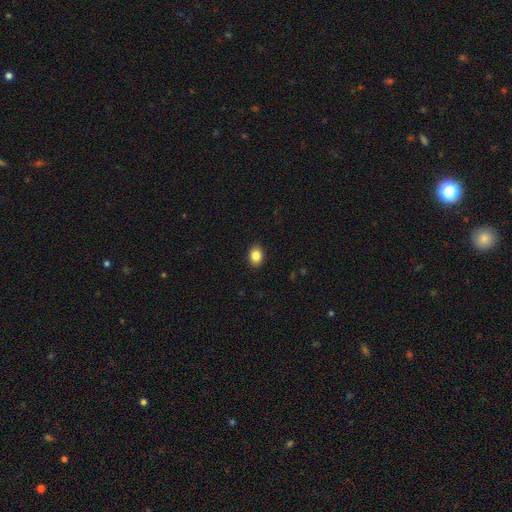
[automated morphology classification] A smooth galaxy with no disk features (86%) that is in between round and cigar-shaped (64%). Merging: none (90%).